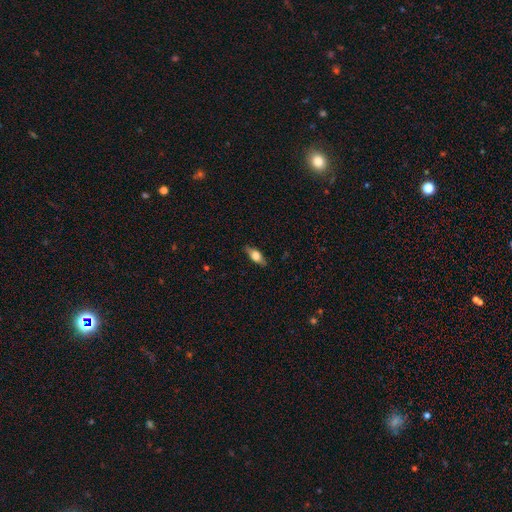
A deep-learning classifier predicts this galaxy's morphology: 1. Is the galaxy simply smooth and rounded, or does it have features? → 56% smooth, 37% featured or disk, 7% star or artifact.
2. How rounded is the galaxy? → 70% in between, 25% cigar-shaped, 5% round.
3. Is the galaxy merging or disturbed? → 84% none, 12% minor disturbance, 3% major disturbance, 1% merger.